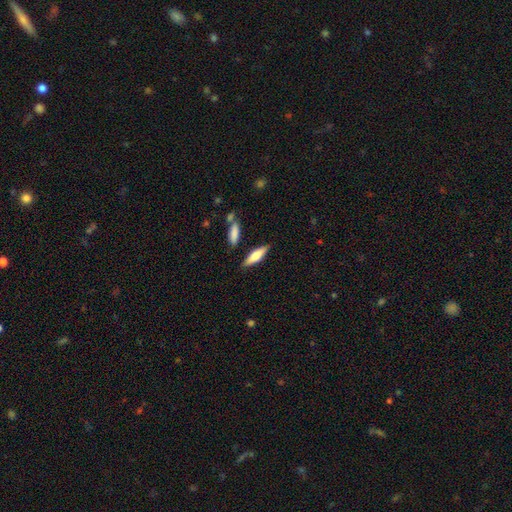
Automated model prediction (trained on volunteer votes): This appears to be a smooth galaxy with no disk features (61%) that is cigar-shaped (58%). Merging: none (81%).